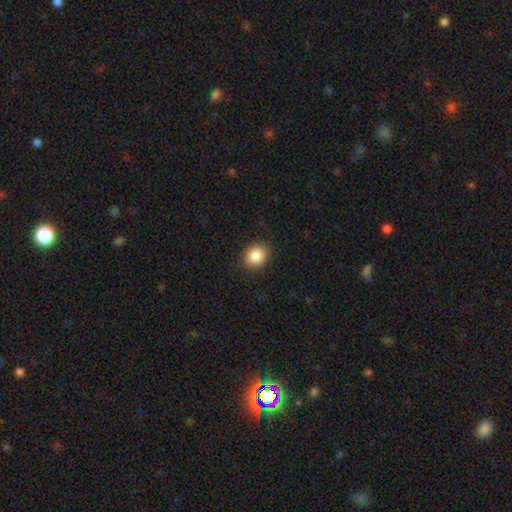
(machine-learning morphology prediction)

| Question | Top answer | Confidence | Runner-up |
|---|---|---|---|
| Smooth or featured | smooth | 87% | star or artifact (9%) |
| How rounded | round | 65% | in between (34%) |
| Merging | none | 89% | minor disturbance (8%) |